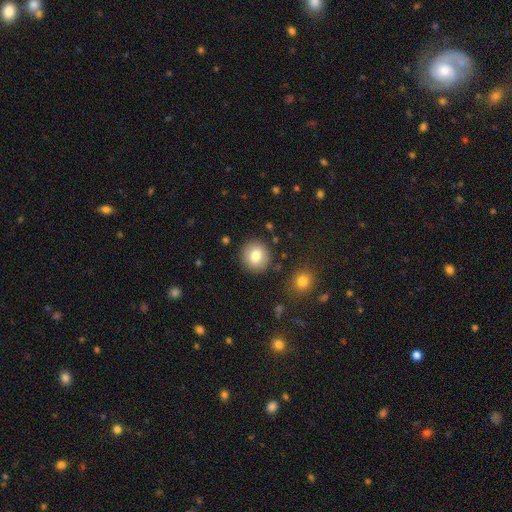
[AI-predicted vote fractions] A smooth galaxy with no disk features (79%) that is round (90%).

Vote fractions:
- Smooth or featured? smooth: 79% / featured or disk: 12% / star or artifact: 9%
- How rounded? round: 90% / in between: 9% / cigar-shaped: 1%
- Merging? none: 88% / minor disturbance: 7% / major disturbance: 3% / merger: 2%